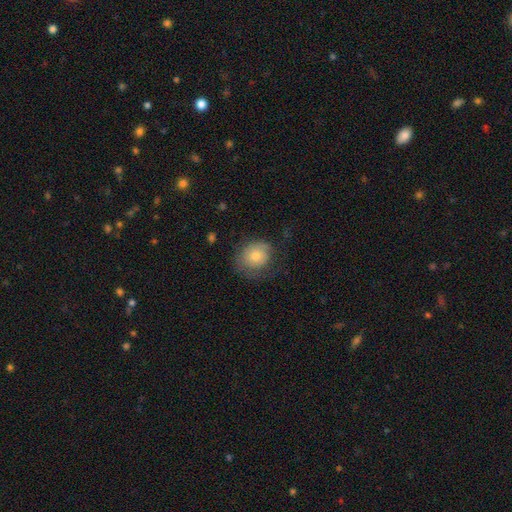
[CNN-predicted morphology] Q: Smooth or featured?
A: smooth (69%); runner-up: featured or disk (23%)
Q: How rounded?
A: round (68%); runner-up: in between (31%)
Q: Merging?
A: none (59%); runner-up: minor disturbance (25%)